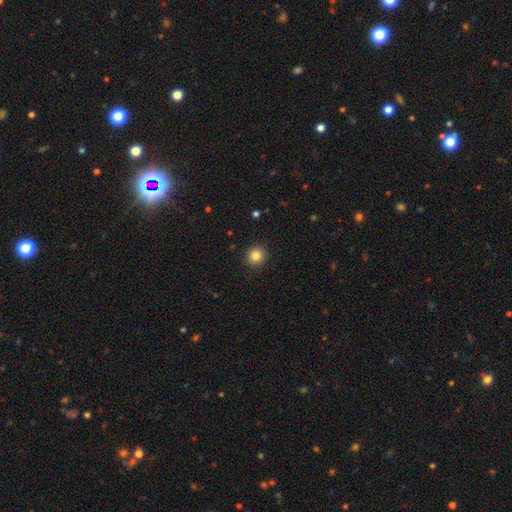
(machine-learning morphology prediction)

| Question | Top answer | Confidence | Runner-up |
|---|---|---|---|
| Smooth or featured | smooth | 85% | star or artifact (10%) |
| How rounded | round | 93% | in between (6%) |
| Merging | none | 92% | minor disturbance (5%) |